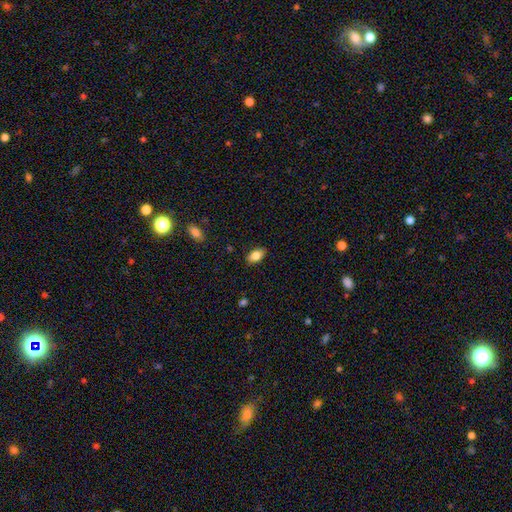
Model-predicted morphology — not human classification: Q: Smooth or featured?
A: smooth (82%); runner-up: featured or disk (10%)
Q: How rounded?
A: in between (90%); runner-up: round (7%)
Q: Merging?
A: none (85%); runner-up: minor disturbance (12%)